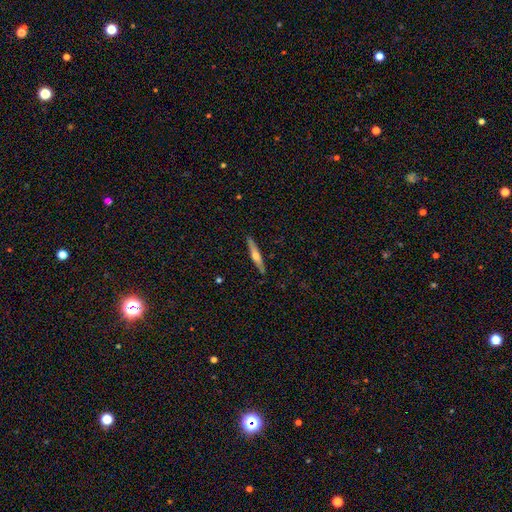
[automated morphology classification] A featured or disk galaxy (56%) viewed edge-on (96%) with a rounded central bulge (88%). Merging: none (89%).